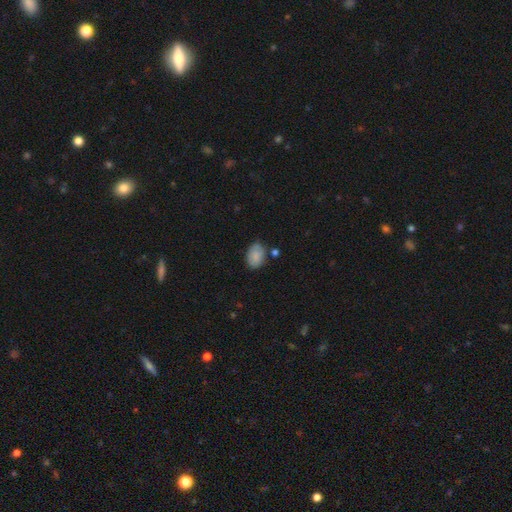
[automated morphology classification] Smooth or featured: smooth — 83% (featured or disk — 9%)
How rounded: in between — 83% (round — 16%)
Merging: none — 72% (minor disturbance — 19%)